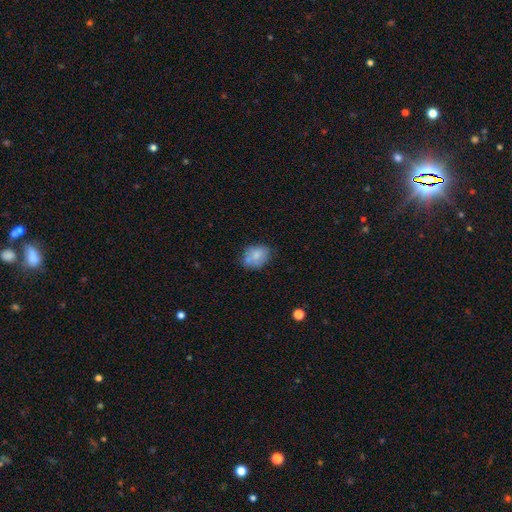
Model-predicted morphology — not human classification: The model was most divided on "how rounded": in between: 62%, round: 36%, cigar-shaped: 1%. More confident: smooth or featured — smooth (74%); merging — none (58%).